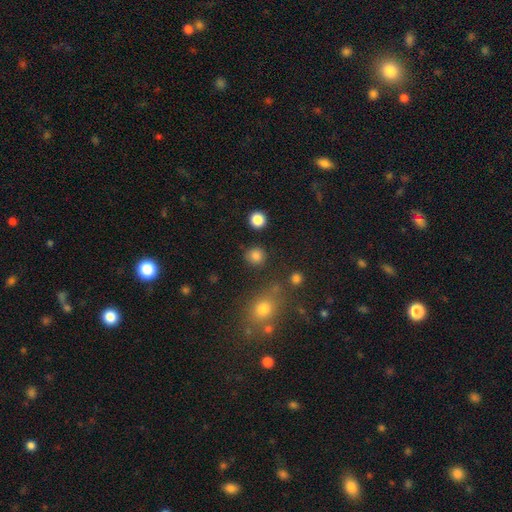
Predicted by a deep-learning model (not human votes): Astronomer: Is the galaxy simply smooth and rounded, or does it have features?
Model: smooth — 83%.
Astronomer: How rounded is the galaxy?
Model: round — 89%.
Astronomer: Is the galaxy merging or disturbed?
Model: none — 85%.